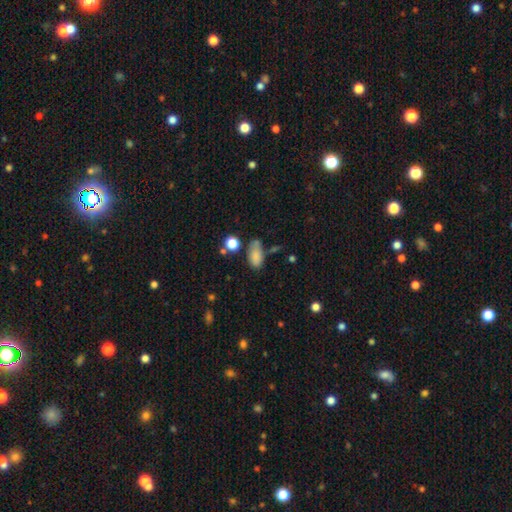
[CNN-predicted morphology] smooth_or_featured: smooth (p=0.81) [alt: star or artifact p=0.10]
how_rounded: in between (p=0.88) [alt: round p=0.06]
merging: none (p=0.51) [alt: minor disturbance p=0.26]